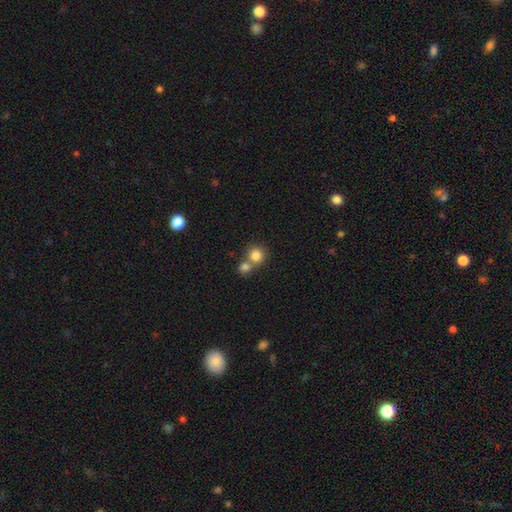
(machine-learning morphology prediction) Smooth or featured: smooth — 82% (star or artifact — 10%)
How rounded: round — 88% (in between — 11%)
Merging: none — 47% (merger — 45%)